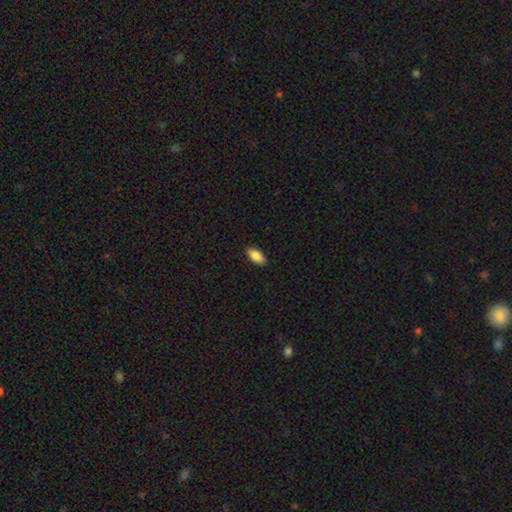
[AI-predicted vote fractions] Overall: smooth (87%). How rounded: in between (90%). Merging: none (89%).